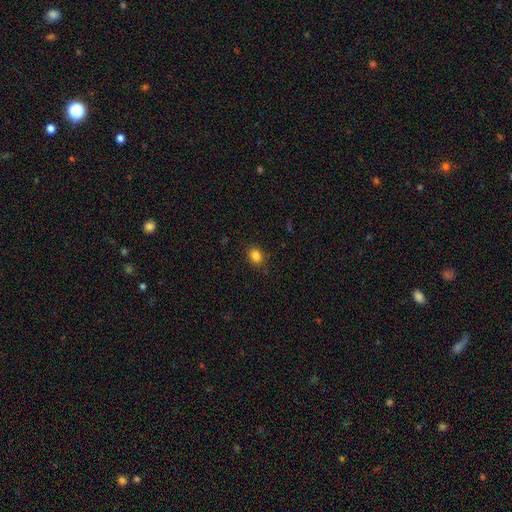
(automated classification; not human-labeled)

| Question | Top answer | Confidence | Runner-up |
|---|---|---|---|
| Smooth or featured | smooth | 84% | star or artifact (11%) |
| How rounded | round | 54% | in between (45%) |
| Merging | none | 86% | minor disturbance (10%) |